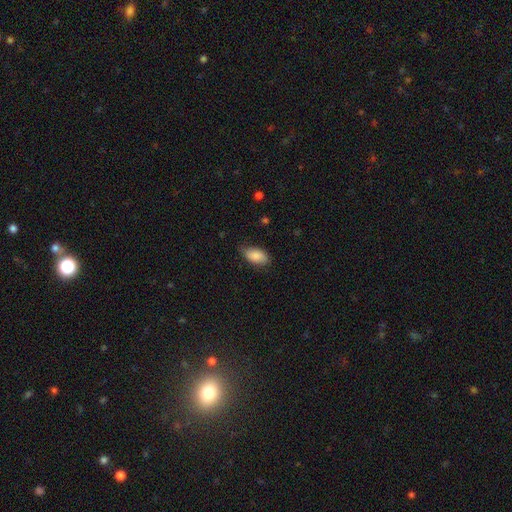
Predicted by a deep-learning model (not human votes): A smooth galaxy with no disk features (86%) that is in between round and cigar-shaped (93%).

Vote fractions:
- Smooth or featured? smooth: 86% / featured or disk: 8% / star or artifact: 7%
- How rounded? in between: 93% / round: 3% / cigar-shaped: 3%
- Merging? none: 72% / minor disturbance: 23% / major disturbance: 4% / merger: 1%